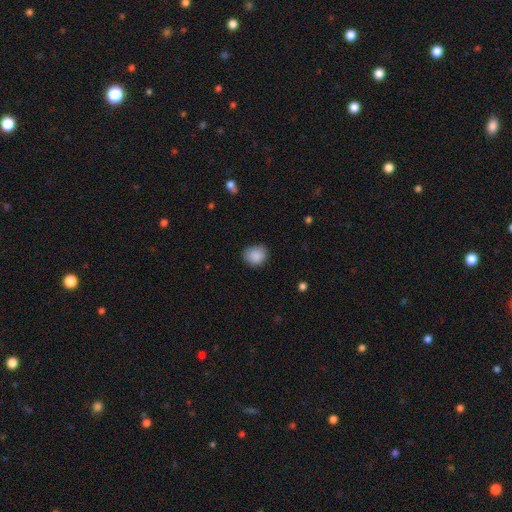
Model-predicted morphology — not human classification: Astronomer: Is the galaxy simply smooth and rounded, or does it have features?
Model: smooth — 88%.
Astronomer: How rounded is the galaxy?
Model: round — 68%.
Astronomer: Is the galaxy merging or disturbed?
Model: none — 77%.